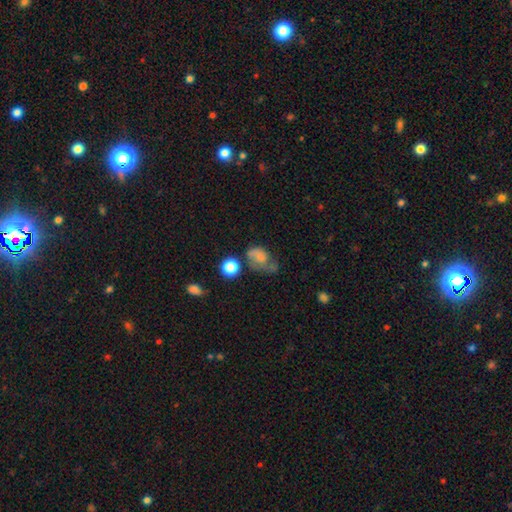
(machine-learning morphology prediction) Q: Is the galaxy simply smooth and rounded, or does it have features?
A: smooth — 50%.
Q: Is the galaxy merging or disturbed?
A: none — 33%.